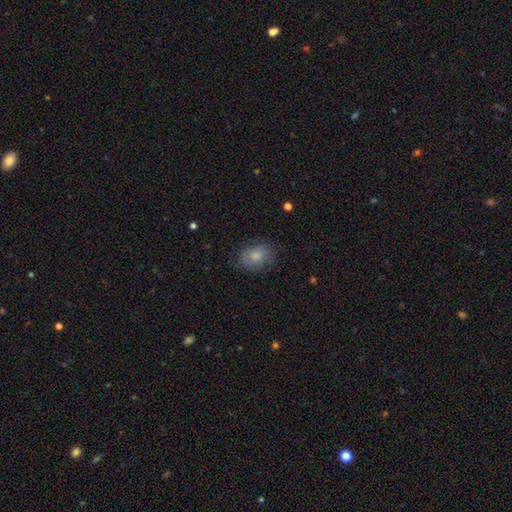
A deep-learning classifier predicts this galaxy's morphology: The model was most divided on "how rounded": in between: 68%, round: 31%, cigar-shaped: 1%. More confident: merging — none (73%); smooth or featured — smooth (70%).